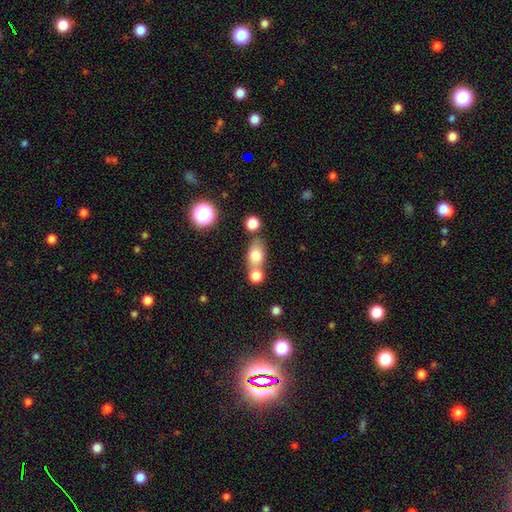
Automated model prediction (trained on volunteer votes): smooth 76%, featured or disk 14%, star or artifact 10%. Down the decision tree: how rounded — in between (69%); merging — none (49%).